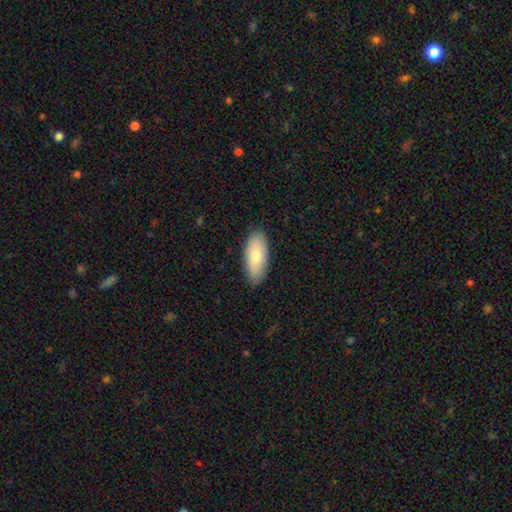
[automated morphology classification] smooth 75%, featured or disk 19%, star or artifact 6%. Down the decision tree: how rounded — in between (86%); merging — none (88%).